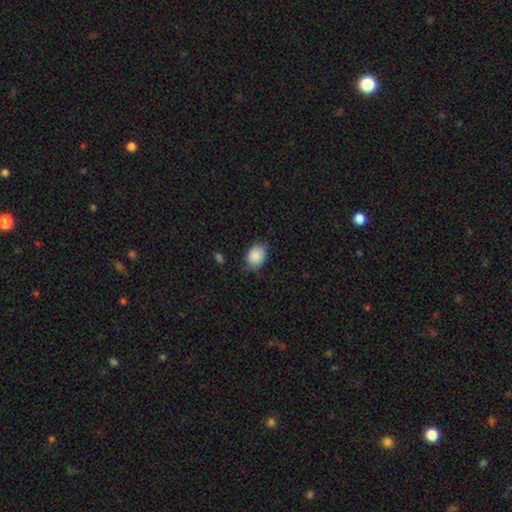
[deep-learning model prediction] Q: Smooth or featured?
A: smooth (86%); runner-up: star or artifact (7%)
Q: How rounded?
A: in between (59%); runner-up: round (40%)
Q: Merging?
A: none (66%); runner-up: minor disturbance (26%)